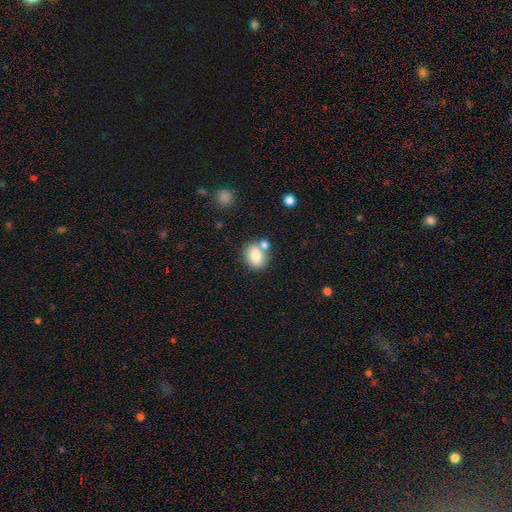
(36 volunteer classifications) This is clearly a smooth galaxy (86%). How rounded: likely in between (61%). Merging: likely none (63%).